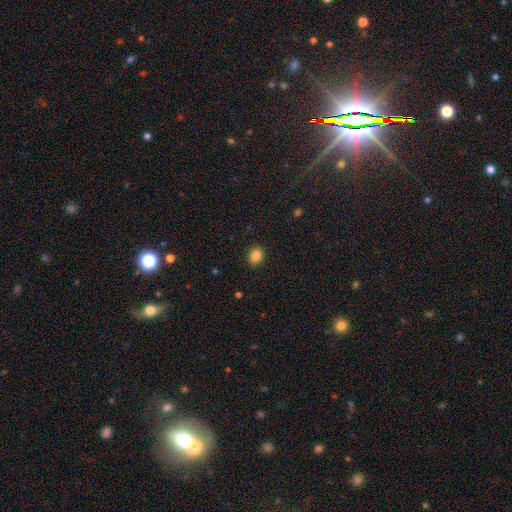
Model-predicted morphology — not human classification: smooth 85%, star or artifact 10%, featured or disk 5%. Down the decision tree: how rounded — round (55%); merging — none (90%).